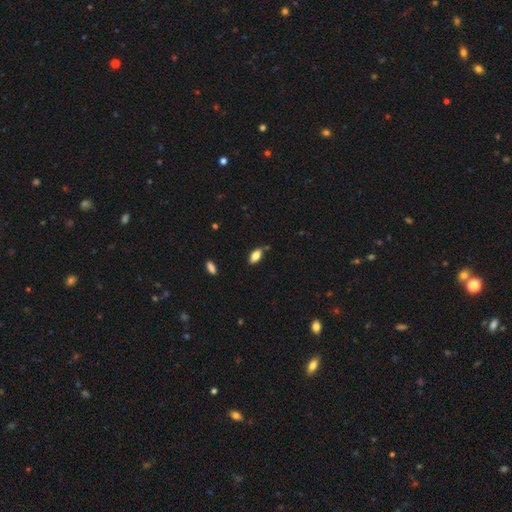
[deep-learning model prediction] Smooth or featured? smooth (76%)
How rounded? in between (87%)
Merging? none (73%)